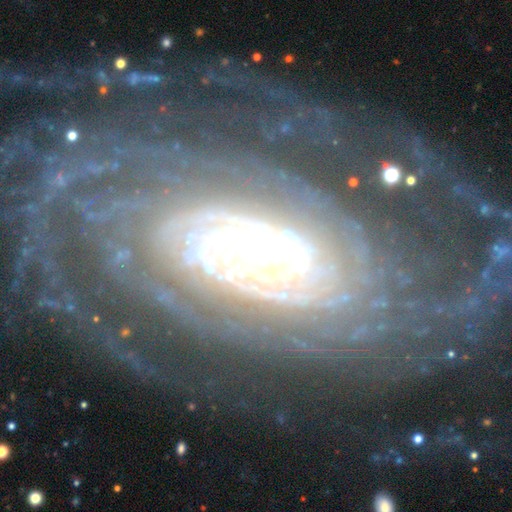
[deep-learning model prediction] smooth-or-featured: featured or disk: 90% | star or artifact: 5% | smooth: 5%
  disk-edge-on: no: 95% | yes: 5%
    bar: no: 59% | weak: 26% | strong: 16%
    has-spiral-arms: yes: 97% | no: 3%
      spiral-winding: tight: 78% | medium: 17% | loose: 5%
      spiral-arm-count: can't tell: 28% | 2: 20% | 3: 15% | more than 4: 14% | 4: 14% | 1: 10%
    bulge-size: moderate: 60% | small: 26% | large: 10% | none: 2% | dominant: 2%
  merging: none: 69% | minor disturbance: 18% | major disturbance: 11% | merger: 2%